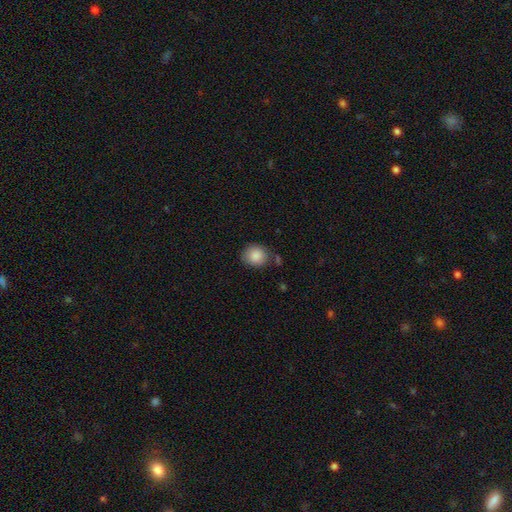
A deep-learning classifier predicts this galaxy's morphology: smooth_or_featured: smooth (p=0.88) [alt: star or artifact p=0.08]
how_rounded: round (p=0.76) [alt: in between p=0.23]
merging: none (p=0.76) [alt: minor disturbance p=0.15]